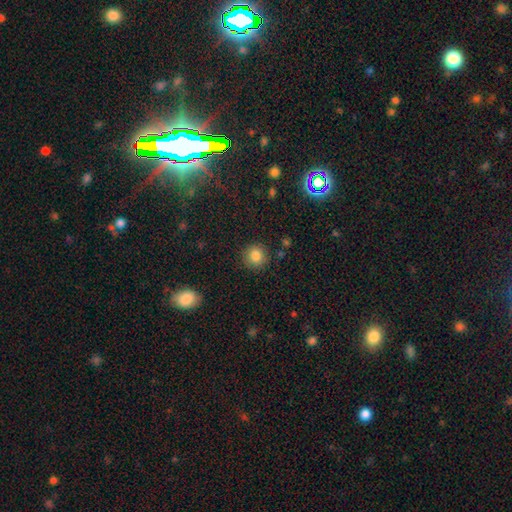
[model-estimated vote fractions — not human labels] A smooth galaxy with no disk features (83%) that is round (92%). Merging: none (89%).